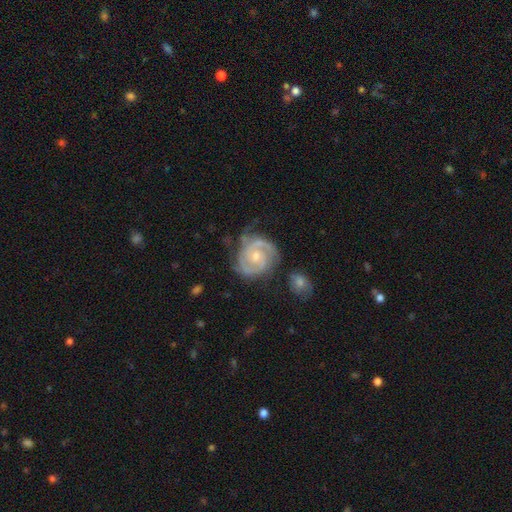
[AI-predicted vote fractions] Smooth or featured? featured or disk (89%)
Edge-on disk? no (98%)
Bar? no (64%)
Spiral arms? yes (98%)
Spiral winding? tight (62%)
Spiral arm count? 2 (71%)
Bulge size? small (48%, tied with moderate)
Merging? none (63%)